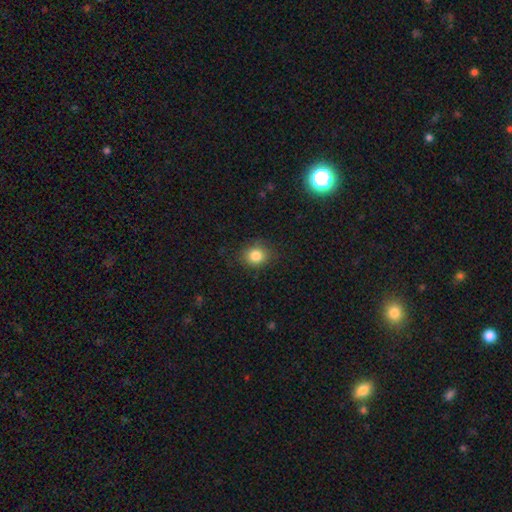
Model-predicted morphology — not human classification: smooth 84%, star or artifact 10%, featured or disk 6%. Down the decision tree: how rounded — round (68%); merging — none (83%).